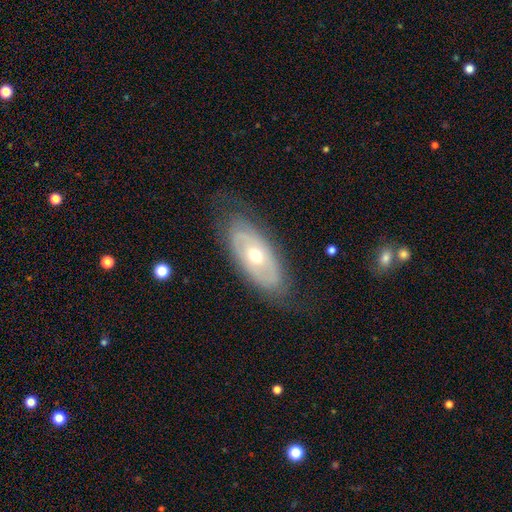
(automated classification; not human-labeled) Smooth or featured: featured or disk — 67% (smooth — 28%)
Edge-on disk: no — 87% (yes — 13%)
Bar: no — 82% (weak — 13%)
Spiral arms: no — 58% (yes — 42%)
Bulge size: moderate — 70% (small — 23%)
Merging: none — 75% (minor disturbance — 17%)